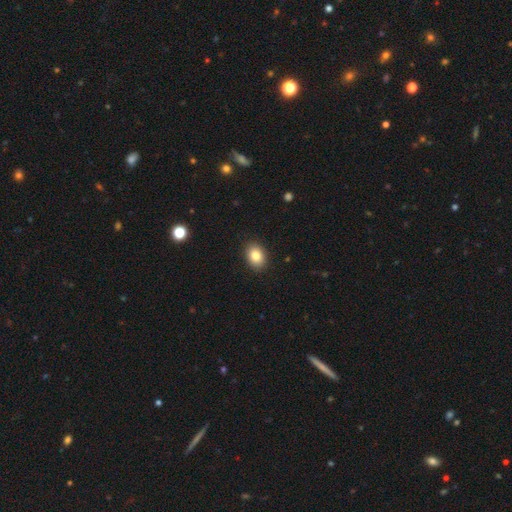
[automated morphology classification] smooth-or-featured: smooth: 84% | star or artifact: 9% | featured or disk: 7%
  how-rounded: in between: 74% | round: 25% | cigar-shaped: 1%
  merging: none: 90% | minor disturbance: 7% | major disturbance: 2% | merger: 1%